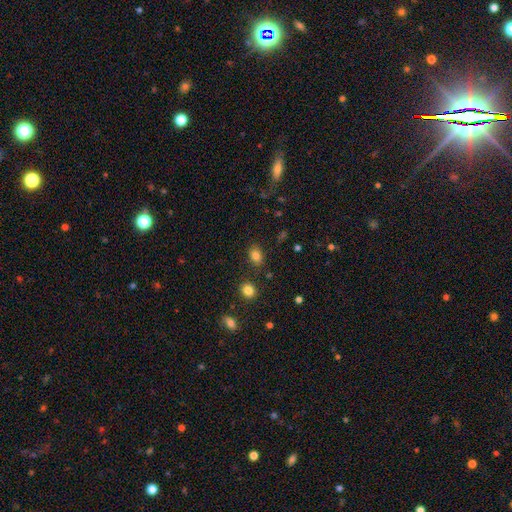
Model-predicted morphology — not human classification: The model was most divided on "how rounded": in between: 68%, round: 31%, cigar-shaped: 1%. More confident: smooth or featured — smooth (82%); merging — none (81%).